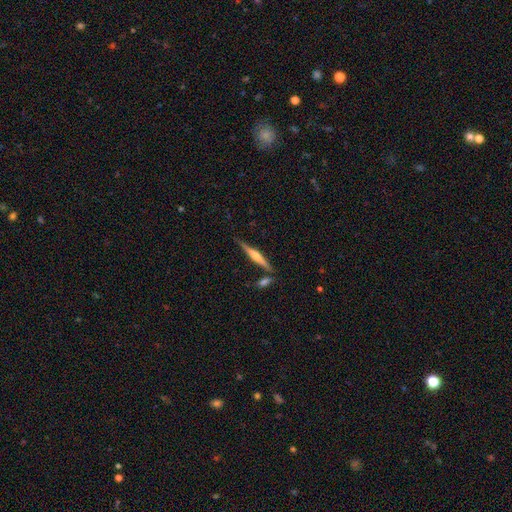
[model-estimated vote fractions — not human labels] A featured or disk galaxy (65%) viewed edge-on (97%) with a rounded central bulge (75%).

Vote fractions:
- Smooth or featured? featured or disk: 65% / smooth: 29% / star or artifact: 6%
- Edge-on disk? yes: 97% / no: 3%
- Edge-on bulge? rounded: 75% / boxy: 15% / none: 10%
- Merging? none: 79% / minor disturbance: 11% / merger: 7% / major disturbance: 3%